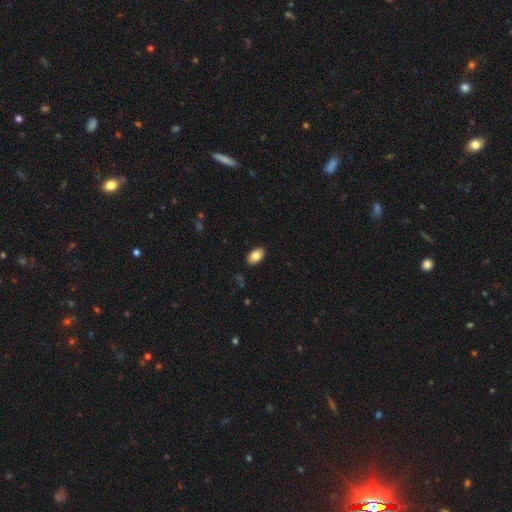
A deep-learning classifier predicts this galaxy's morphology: This is clearly a smooth galaxy (83%). How rounded: clearly in between (93%). Merging: clearly none (88%).